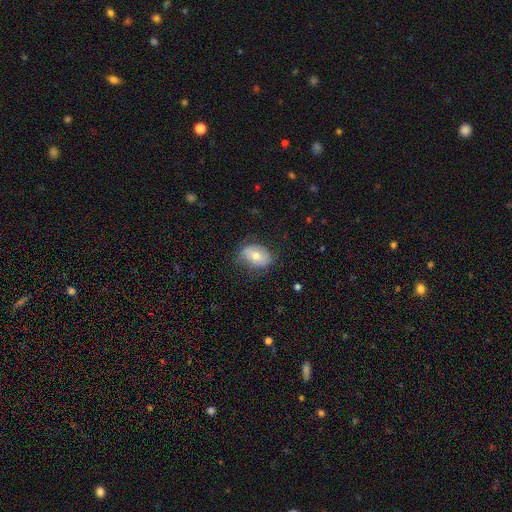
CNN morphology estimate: The model was most divided on "smooth or featured": smooth: 68%, featured or disk: 24%, star or artifact: 8%. More confident: how rounded — in between (79%); merging — none (69%).